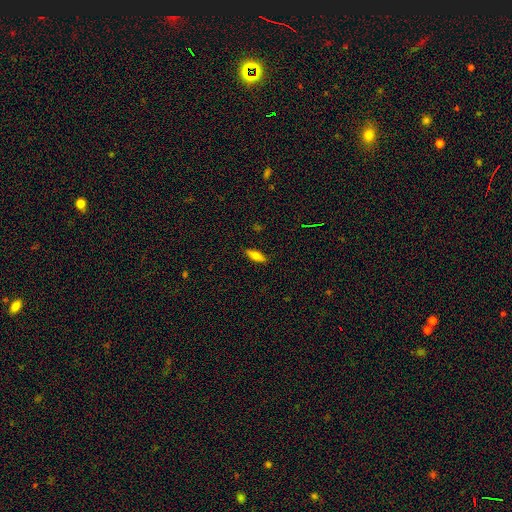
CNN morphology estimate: type=smooth (72%); roundness=in between (61%); merging=none (87%).